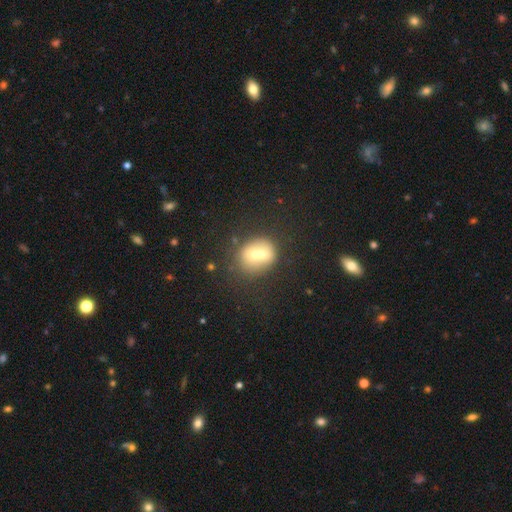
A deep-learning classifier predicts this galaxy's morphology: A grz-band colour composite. It shows a smooth galaxy with no disk features (61%) that is round (69%). Merging: merger (55%).